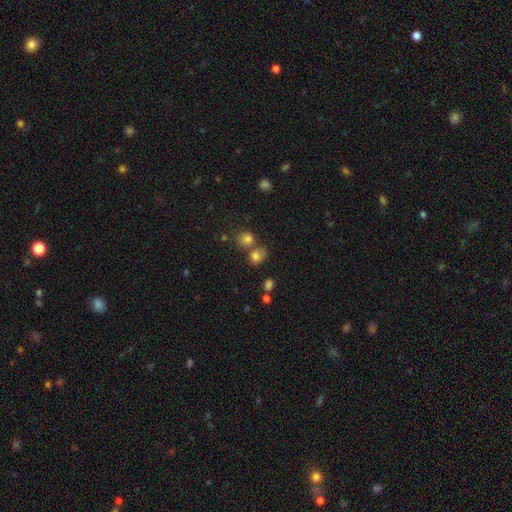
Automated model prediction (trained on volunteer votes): A smooth galaxy with no disk features (78%) that is round (62%).

Vote fractions:
- Smooth or featured? smooth: 78% / star or artifact: 14% / featured or disk: 7%
- How rounded? round: 62% / in between: 37% / cigar-shaped: 1%
- Merging? none: 54% / merger: 30% / minor disturbance: 11% / major disturbance: 4%